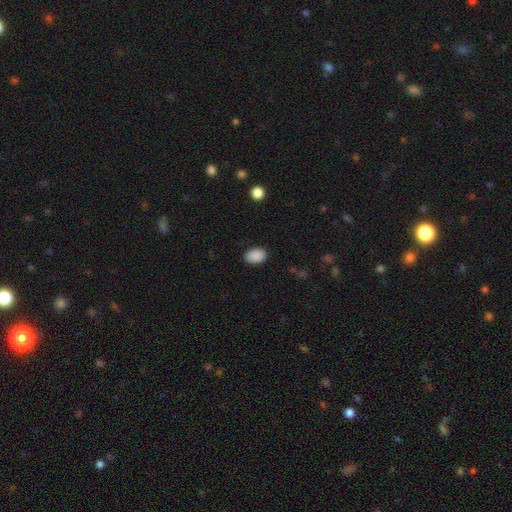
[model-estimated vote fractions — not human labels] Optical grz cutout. It shows a smooth galaxy with no disk features (90%) that is in between round and cigar-shaped (84%). Merging: none (88%).